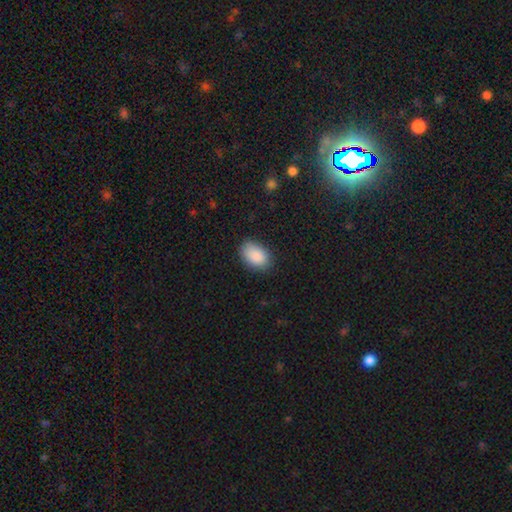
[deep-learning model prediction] The model was most divided on "merging": none: 84%, minor disturbance: 13%, major disturbance: 3%, merger: 1%. More confident: smooth or featured — smooth (89%); how rounded — in between (89%).